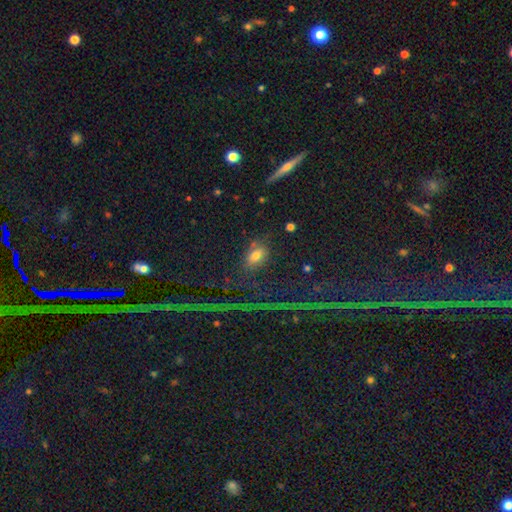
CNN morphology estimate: Smooth or featured? Predicted: smooth (p=0.67). How rounded? Predicted: in between (p=0.79). Merging? Predicted: none (p=0.74).